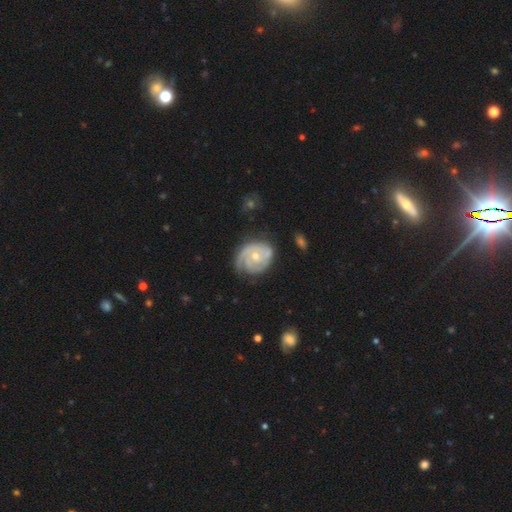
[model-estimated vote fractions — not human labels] Q: Smooth or featured?
A: featured or disk (84%); runner-up: smooth (11%)
Q: Edge-on disk?
A: no (98%); runner-up: yes (2%)
Q: Bar?
A: no (73%); runner-up: weak (23%)
Q: Spiral arms?
A: yes (95%); runner-up: no (5%)
Q: Spiral winding?
A: tight (68%); runner-up: medium (25%)
Q: Spiral arm count?
A: 2 (34%); runner-up: 3 (24%)
Q: Bulge size?
A: moderate (50%); runner-up: small (47%)
Q: Merging?
A: none (65%); runner-up: minor disturbance (24%)